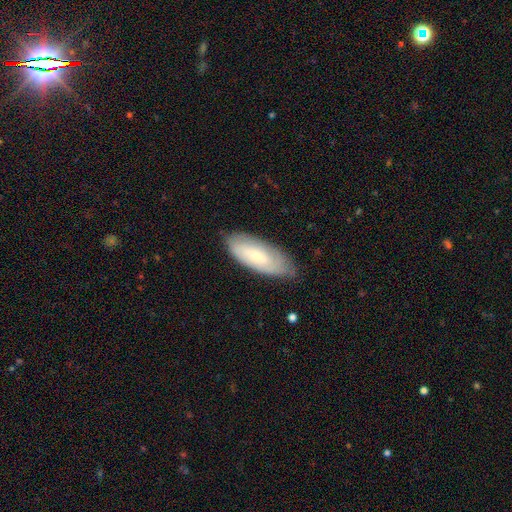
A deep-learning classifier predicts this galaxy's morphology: Overall: smooth (55%; featured or disk 38%). How rounded: in between (78%). Merging: none (75%).